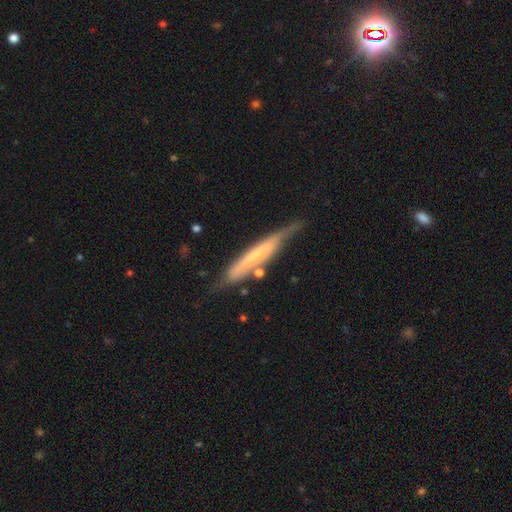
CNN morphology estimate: A featured or disk galaxy (53%) viewed edge-on (88%). Merging: none (61%).